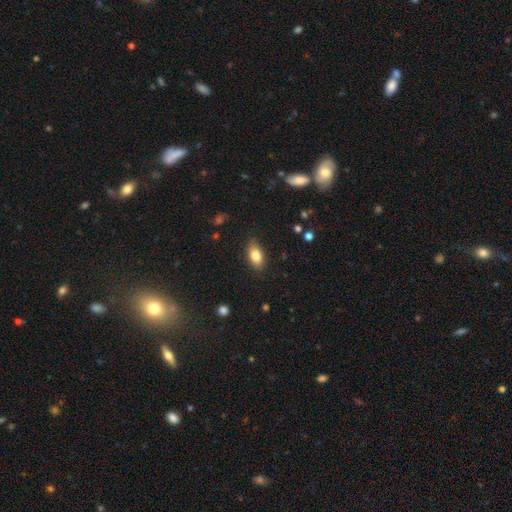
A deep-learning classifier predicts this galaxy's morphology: Overall: smooth (82%). How rounded: in between (89%). Merging: none (82%).